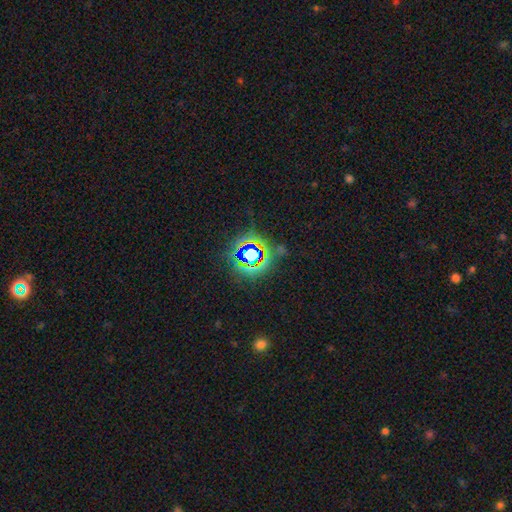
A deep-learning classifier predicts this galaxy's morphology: Smooth or featured?
  - star or artifact: 76% *
  - smooth: 15%
  - featured or disk: 9%